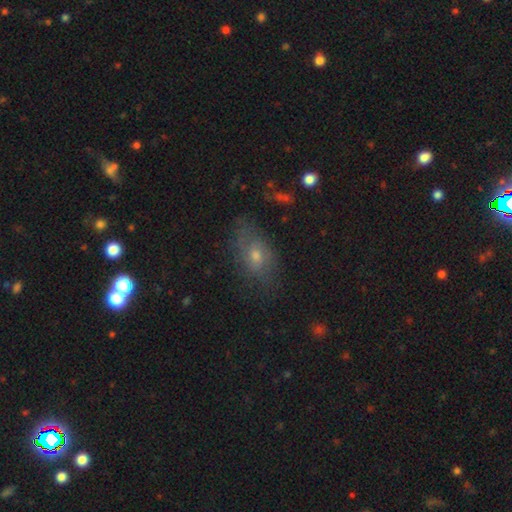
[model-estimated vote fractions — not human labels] Smooth or featured?
  - smooth: 47% *
  - featured or disk: 41%
  - star or artifact: 12%
Merging?
  - none: 62% *
  - minor disturbance: 24%
  - major disturbance: 12%
  - merger: 2%